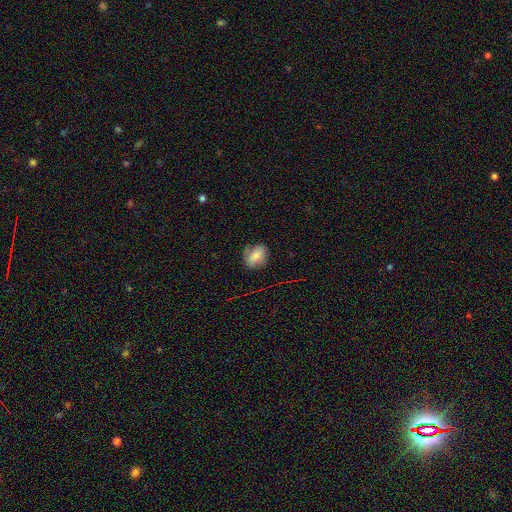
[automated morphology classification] smooth_or_featured: smooth (p=0.71) [alt: featured or disk p=0.19]
how_rounded: in between (p=0.61) [alt: round p=0.38]
merging: none (p=0.70) [alt: minor disturbance p=0.23]